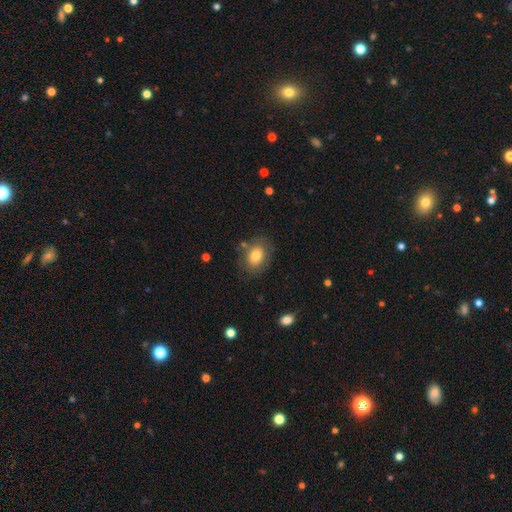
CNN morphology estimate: smooth-or-featured: smooth: 76% | featured or disk: 15% | star or artifact: 8%
  how-rounded: in between: 67% | round: 31% | cigar-shaped: 1%
  merging: none: 77% | minor disturbance: 14% | major disturbance: 6% | merger: 3%